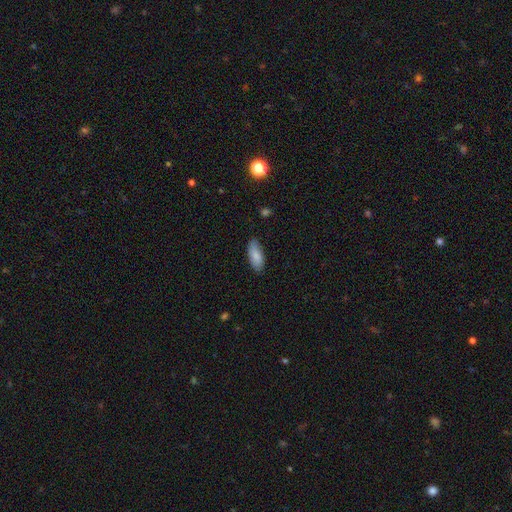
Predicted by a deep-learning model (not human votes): This appears to be a smooth galaxy with no disk features (85%) that is in between round and cigar-shaped (81%). Merging: none (82%).